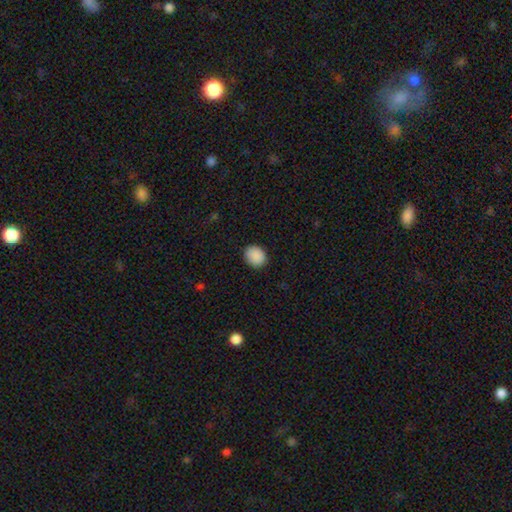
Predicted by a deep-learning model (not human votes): Smooth or featured? Predicted: smooth (p=0.90). How rounded? Predicted: round (p=0.61). Merging? Predicted: none (p=0.89).